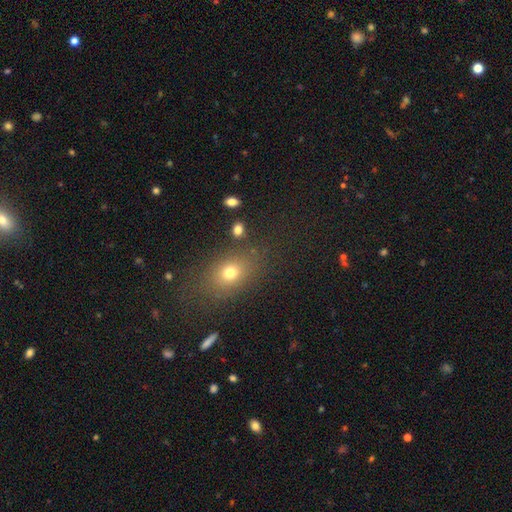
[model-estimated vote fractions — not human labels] Morphology: type=smooth (64%); roundness=in between (61%); merging=none (80%).